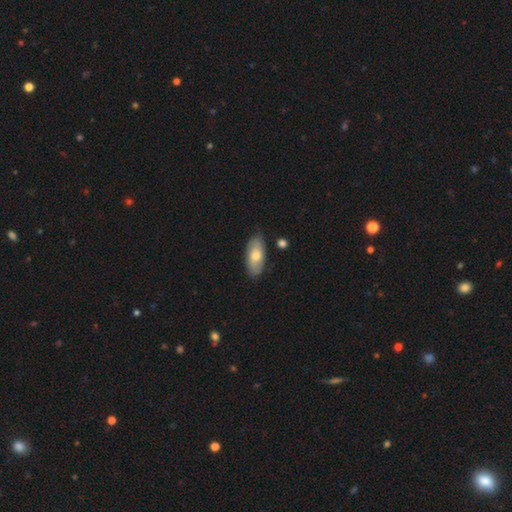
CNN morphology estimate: Smooth or featured: smooth — 66% (featured or disk — 29%)
How rounded: in between — 89% (cigar-shaped — 8%)
Merging: none — 78% (minor disturbance — 17%)